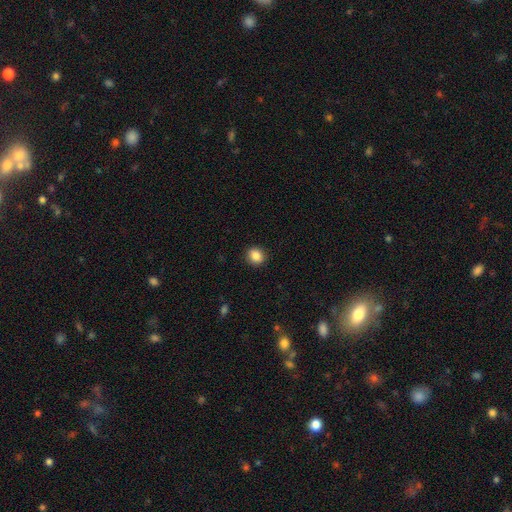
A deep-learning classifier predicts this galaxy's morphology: A smooth galaxy with no disk features (87%) that is round (80%).

Vote fractions:
- Smooth or featured? smooth: 87% / star or artifact: 9% / featured or disk: 4%
- How rounded? round: 80% / in between: 19% / cigar-shaped: 1%
- Merging? none: 91% / minor disturbance: 6% / major disturbance: 2% / merger: 1%